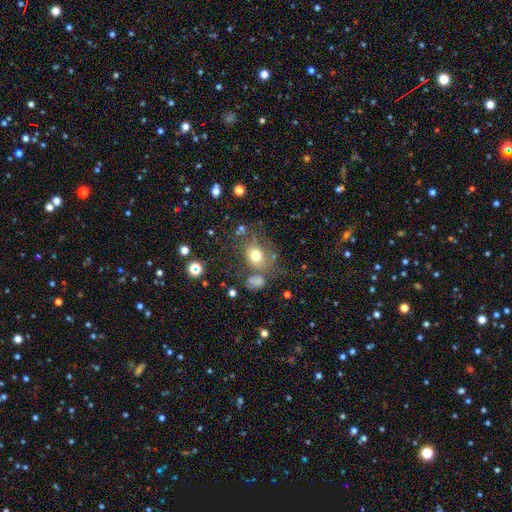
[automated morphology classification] Q: Smooth or featured?
A: smooth (70%); runner-up: featured or disk (16%)
Q: How rounded?
A: round (53%); runner-up: in between (46%)
Q: Merging?
A: none (55%); runner-up: minor disturbance (18%)